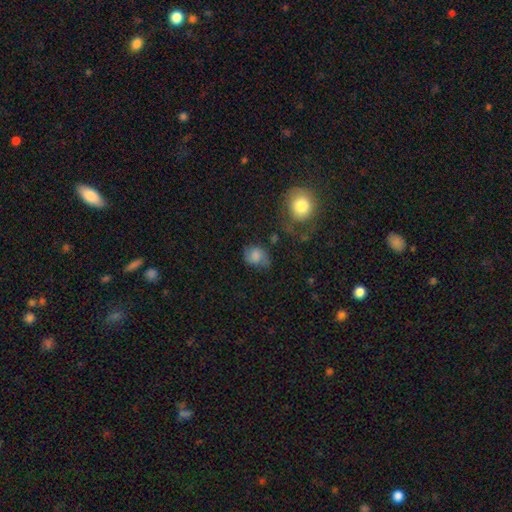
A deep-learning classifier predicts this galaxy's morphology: Smooth or featured: smooth — 58% (featured or disk — 31%)
How rounded: round — 51% (in between — 48%)
Merging: none — 53% (minor disturbance — 28%)